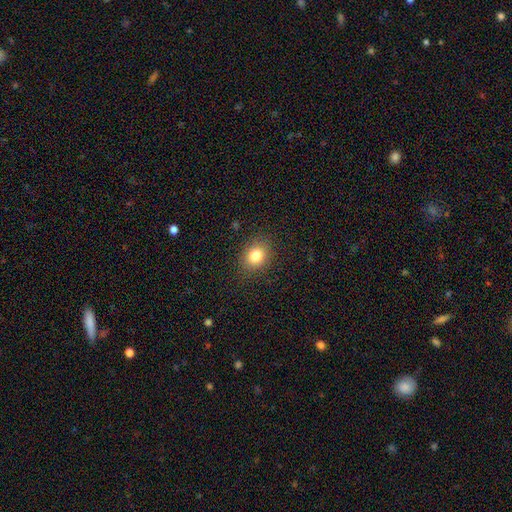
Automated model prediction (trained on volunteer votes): Smooth or featured? Predicted: smooth (p=0.81). How rounded? Predicted: in between (p=0.52). Merging? Predicted: none (p=0.86).